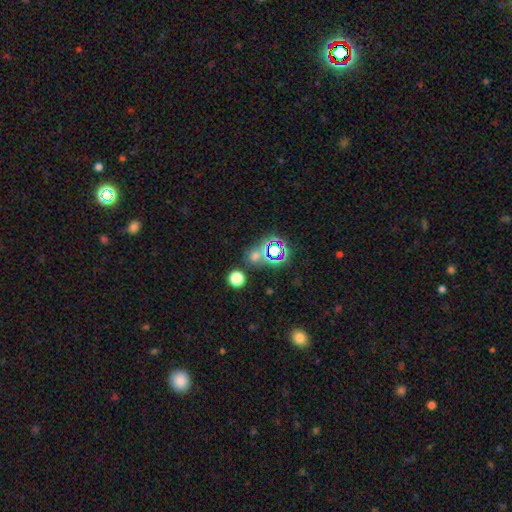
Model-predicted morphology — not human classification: Smooth or featured: star or artifact — 49% (smooth — 42%)